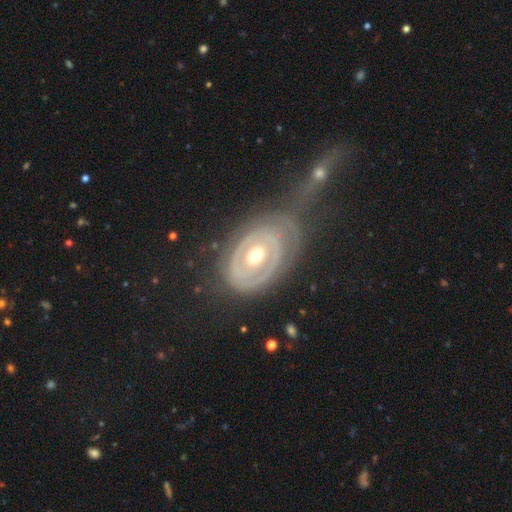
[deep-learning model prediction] Q: Smooth or featured?
A: featured or disk (76%); runner-up: smooth (17%)
Q: Edge-on disk?
A: no (94%); runner-up: yes (6%)
Q: Bar?
A: no (73%); runner-up: weak (18%)
Q: Spiral arms?
A: no (51%); runner-up: yes (49%)
Q: Bulge size?
A: moderate (69%); runner-up: small (24%)
Q: Merging?
A: none (47%); runner-up: minor disturbance (19%)